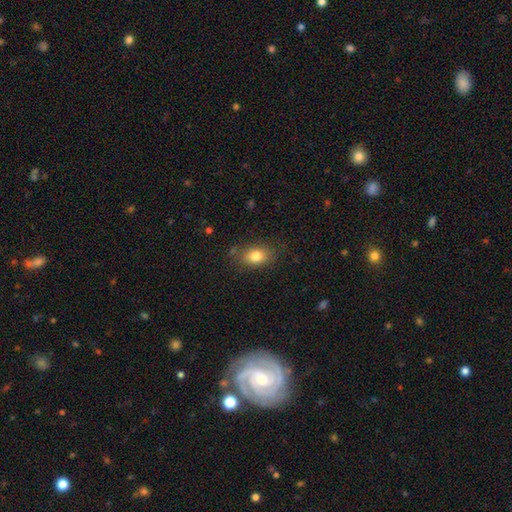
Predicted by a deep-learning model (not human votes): Smooth or featured? smooth (81%)
How rounded? in between (78%)
Merging? none (77%)